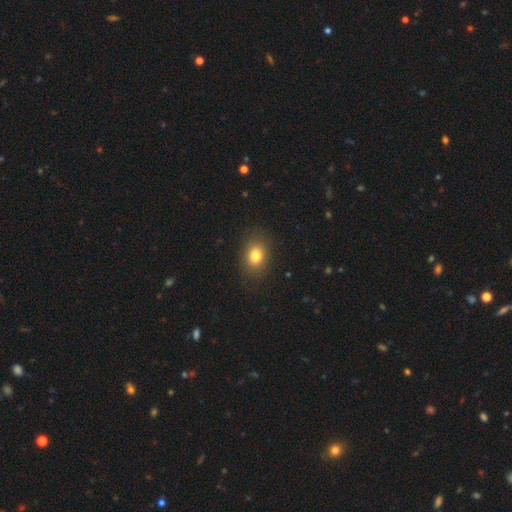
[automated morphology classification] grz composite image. It shows a smooth galaxy with no disk features (81%) that is in between round and cigar-shaped (62%). Merging: none (86%).